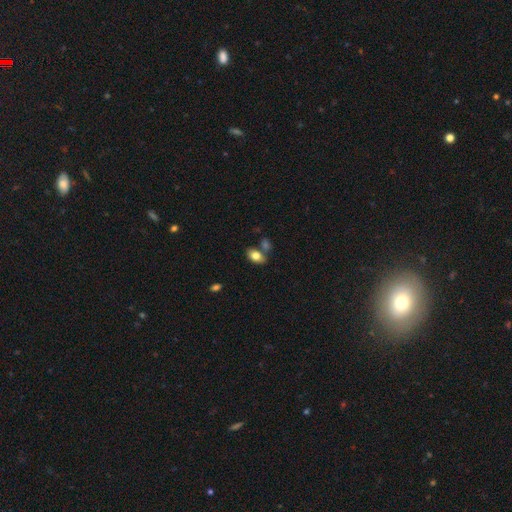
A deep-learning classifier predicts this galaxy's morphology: Smooth or featured? Predicted: smooth (p=0.80). How rounded? Predicted: in between (p=0.86). Merging? Predicted: none (p=0.64).